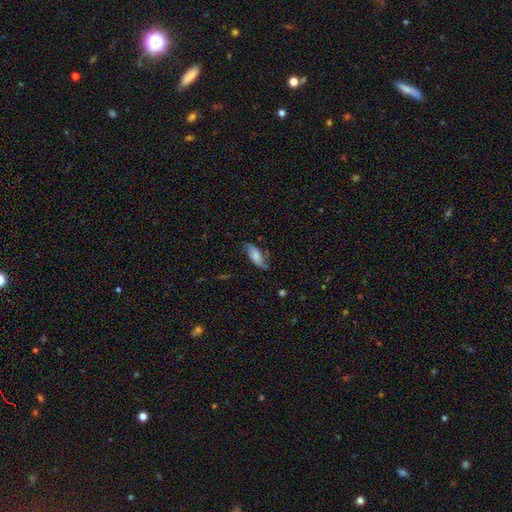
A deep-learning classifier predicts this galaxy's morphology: Smooth or featured? Predicted: featured or disk (p=0.46, tied with smooth). Merging? Predicted: none (p=0.67).